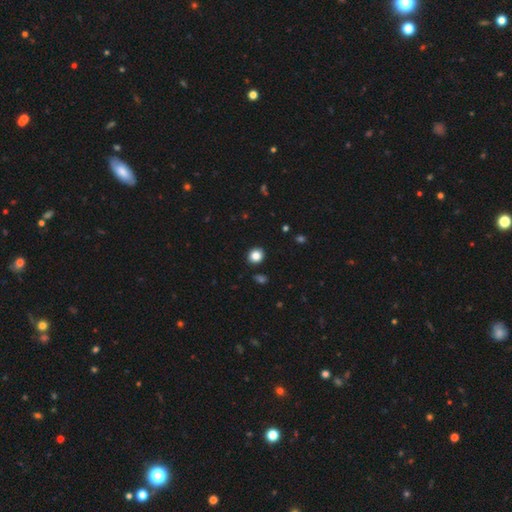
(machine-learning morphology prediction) Smooth or featured: smooth — 85% (star or artifact — 10%)
How rounded: round — 77% (in between — 22%)
Merging: none — 91% (minor disturbance — 6%)